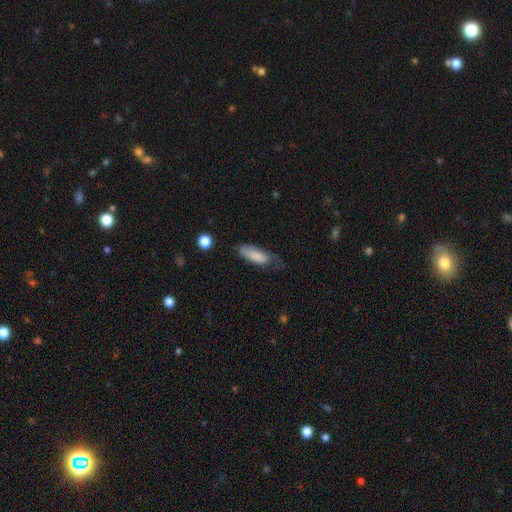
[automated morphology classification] This appears to be a smooth galaxy with no disk features (81%) that is in between round and cigar-shaped (66%). Merging: none (47%).